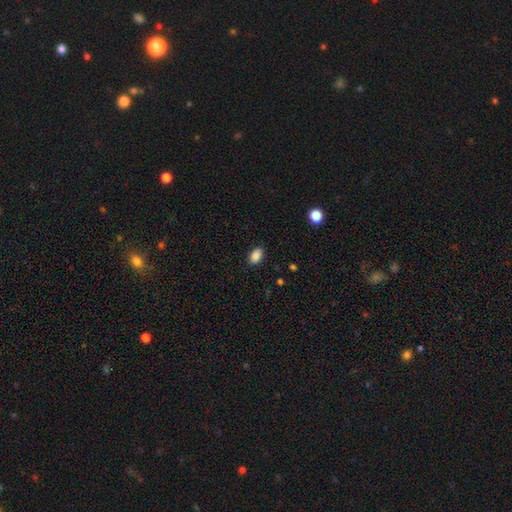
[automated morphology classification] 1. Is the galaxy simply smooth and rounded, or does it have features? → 86% smooth, 9% star or artifact, 5% featured or disk.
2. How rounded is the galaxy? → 88% in between, 10% round, 2% cigar-shaped.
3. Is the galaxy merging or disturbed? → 87% none, 10% minor disturbance, 2% major disturbance, 1% merger.